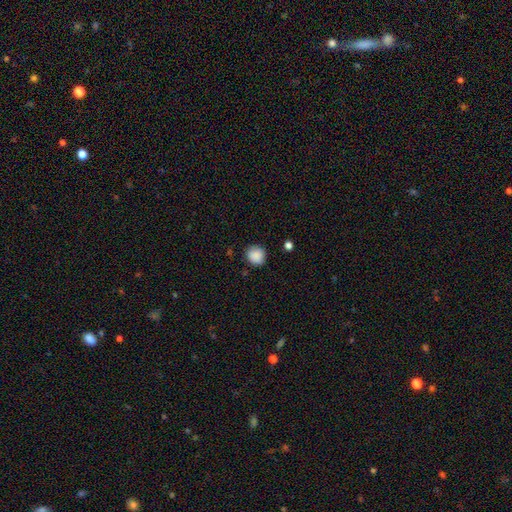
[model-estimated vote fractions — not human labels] A smooth galaxy with no disk features (88%) that is round (85%).

Vote fractions:
- Smooth or featured? smooth: 88% / star or artifact: 8% / featured or disk: 3%
- How rounded? round: 85% / in between: 14% / cigar-shaped: 1%
- Merging? none: 83% / minor disturbance: 13% / major disturbance: 3% / merger: 2%